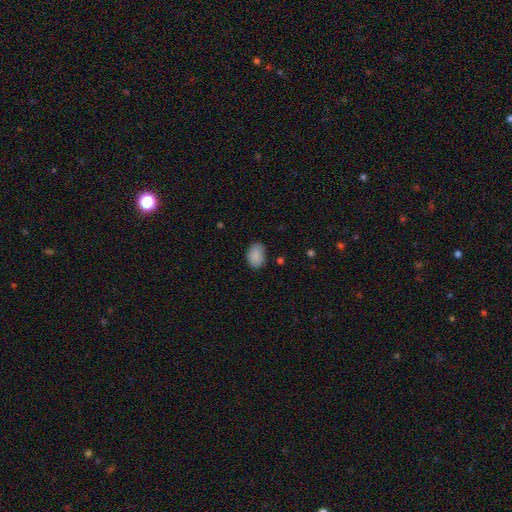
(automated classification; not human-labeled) This appears to be a smooth galaxy with no disk features (88%) that is in between round and cigar-shaped (82%). Merging: none (73%).